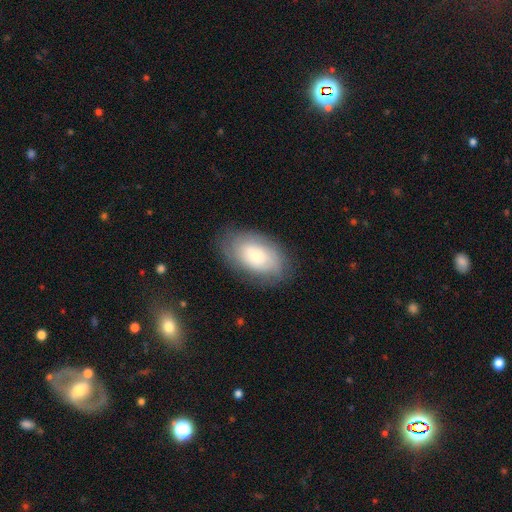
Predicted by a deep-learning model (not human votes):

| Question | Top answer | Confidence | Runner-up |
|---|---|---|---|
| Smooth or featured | smooth | 59% | featured or disk (33%) |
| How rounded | in between | 93% | round (6%) |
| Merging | none | 78% | minor disturbance (15%) |